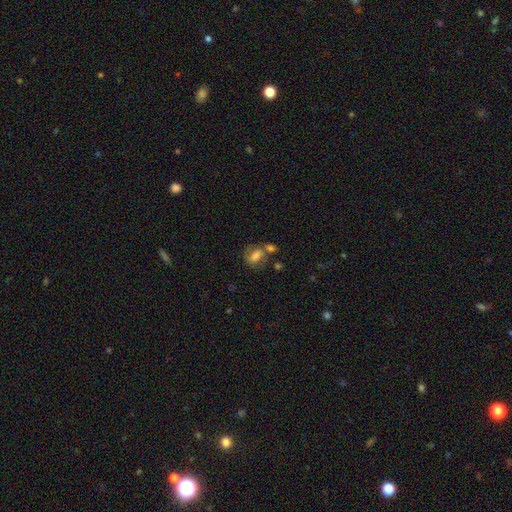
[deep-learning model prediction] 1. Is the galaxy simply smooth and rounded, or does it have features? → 70% smooth, 19% featured or disk, 11% star or artifact.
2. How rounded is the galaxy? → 78% in between, 17% round, 5% cigar-shaped.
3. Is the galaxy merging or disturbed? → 41% none, 33% merger, 16% minor disturbance, 9% major disturbance.